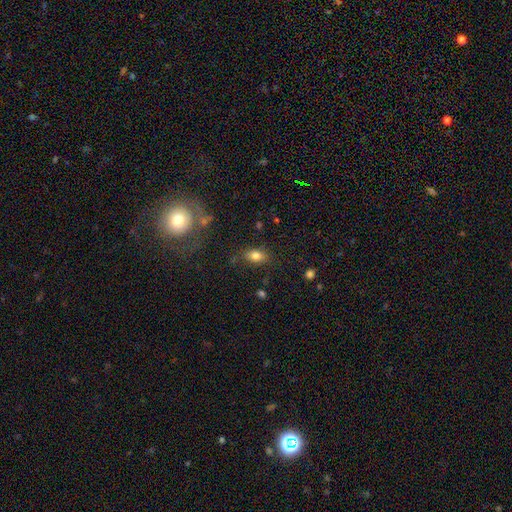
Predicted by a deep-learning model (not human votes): A smooth galaxy with no disk features (80%) that is in between round and cigar-shaped (84%). Merging: none (78%).